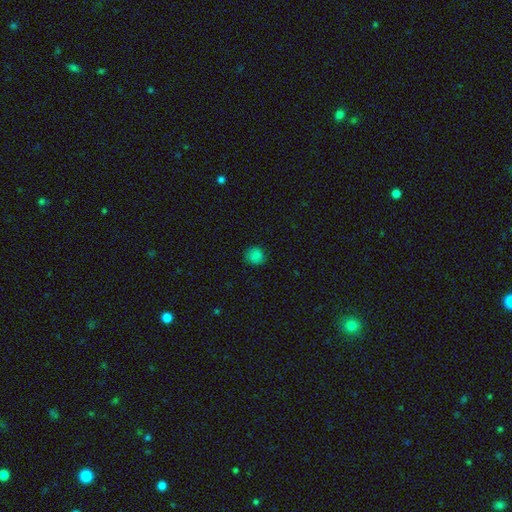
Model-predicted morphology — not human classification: Smooth or featured? smooth (83%)
How rounded? round (87%)
Merging? none (87%)